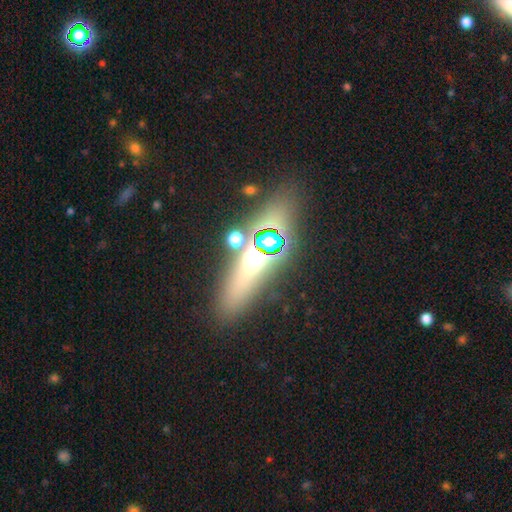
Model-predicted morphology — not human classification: Smooth or featured? star or artifact (39%)